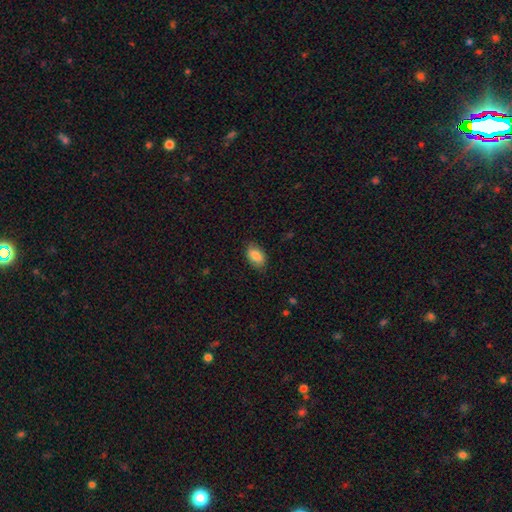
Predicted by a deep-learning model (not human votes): Overall: smooth (86%). How rounded: in between (90%). Merging: none (81%).